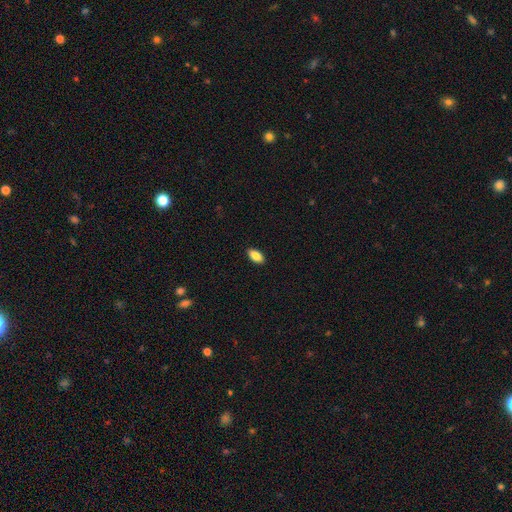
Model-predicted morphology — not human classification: smooth-or-featured: smooth: 87% | star or artifact: 7% | featured or disk: 6%
  how-rounded: in between: 92% | cigar-shaped: 5% | round: 3%
  merging: none: 89% | minor disturbance: 8% | major disturbance: 2% | merger: 1%